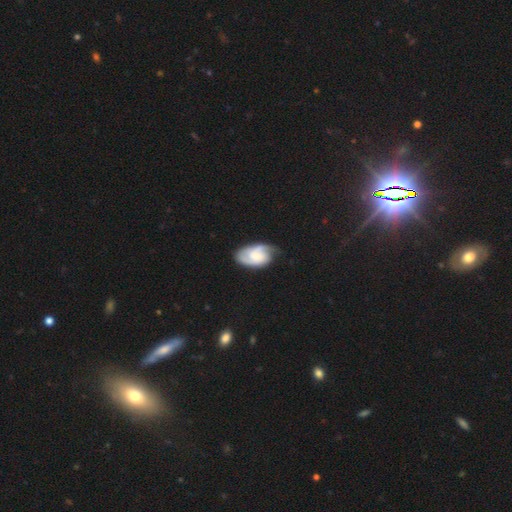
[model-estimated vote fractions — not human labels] Smooth or featured? Predicted: featured or disk (p=0.68). Edge-on disk? Predicted: no (p=0.97). Bar? Predicted: no (p=0.61). Spiral arms? Predicted: yes (p=0.93). Spiral winding? Predicted: tight (p=0.43). Spiral arm count? Predicted: 2 (p=0.54). Bulge size? Predicted: small (p=0.37). Merging? Predicted: none (p=0.61).